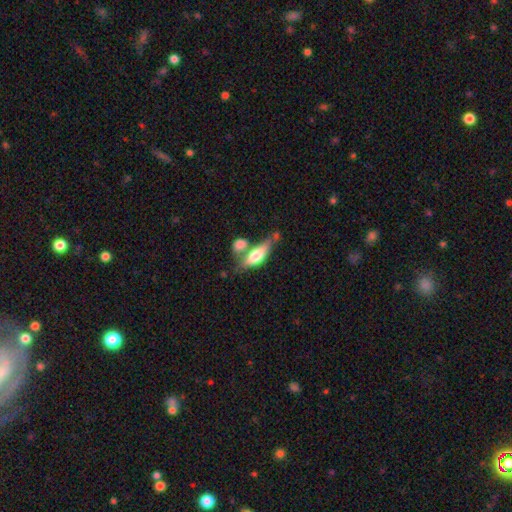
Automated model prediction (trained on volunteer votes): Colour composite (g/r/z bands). It shows a smooth galaxy with no disk features (58%) that is in between round and cigar-shaped (64%). Merging: none (39%).